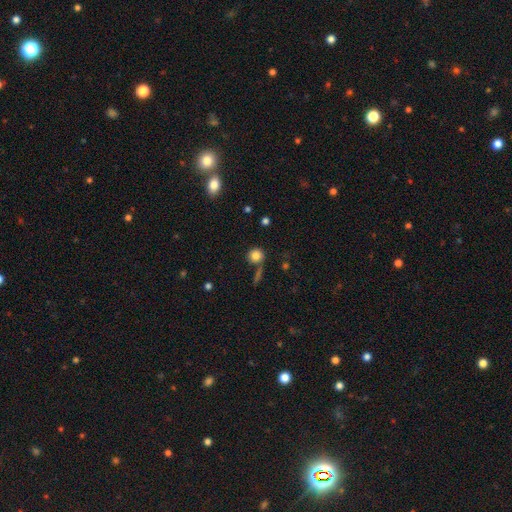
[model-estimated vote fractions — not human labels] This appears to be a smooth galaxy with no disk features (82%) that is round (90%). Merging: none (71%).